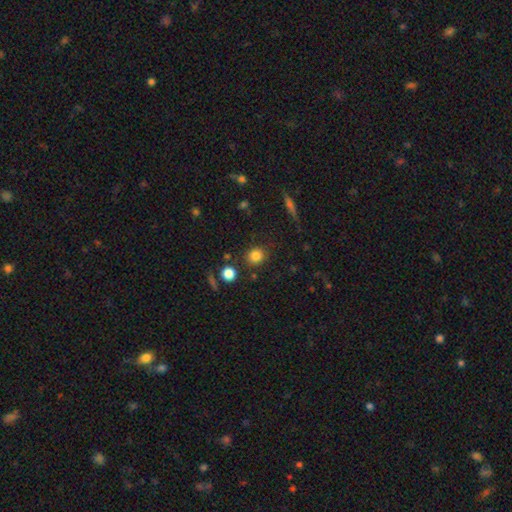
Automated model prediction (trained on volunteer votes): smooth-or-featured: smooth: 83% | star or artifact: 11% | featured or disk: 6%
  how-rounded: round: 83% | in between: 16% | cigar-shaped: 1%
  merging: none: 85% | minor disturbance: 8% | merger: 4% | major disturbance: 3%